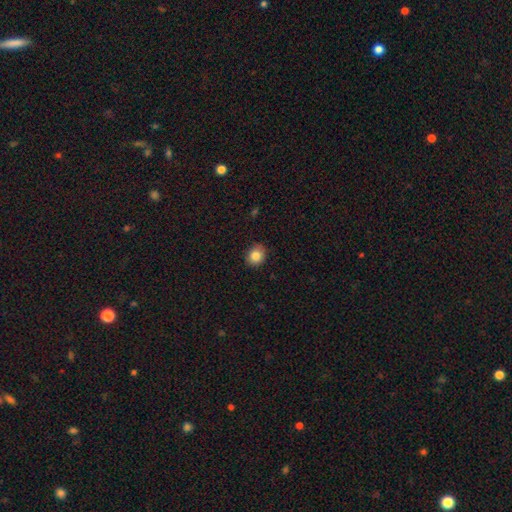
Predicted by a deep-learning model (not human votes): smooth-or-featured: smooth: 84% | star or artifact: 9% | featured or disk: 7%
  how-rounded: round: 62% | in between: 37% | cigar-shaped: 1%
  merging: none: 89% | minor disturbance: 9% | major disturbance: 2% | merger: 1%